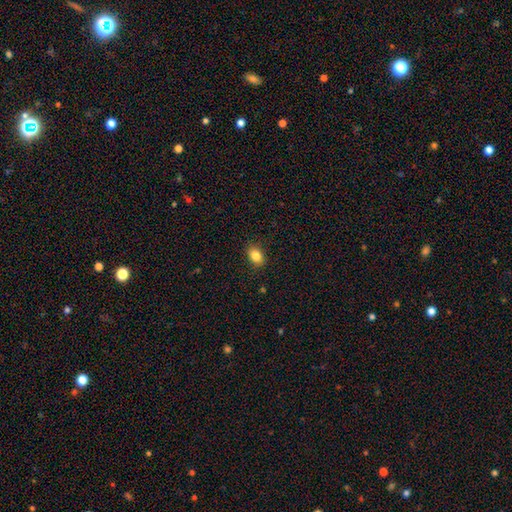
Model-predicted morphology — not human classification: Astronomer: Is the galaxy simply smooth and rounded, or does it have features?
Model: smooth — 85%.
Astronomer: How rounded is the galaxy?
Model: in between — 74%.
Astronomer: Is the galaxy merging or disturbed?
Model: none — 89%.